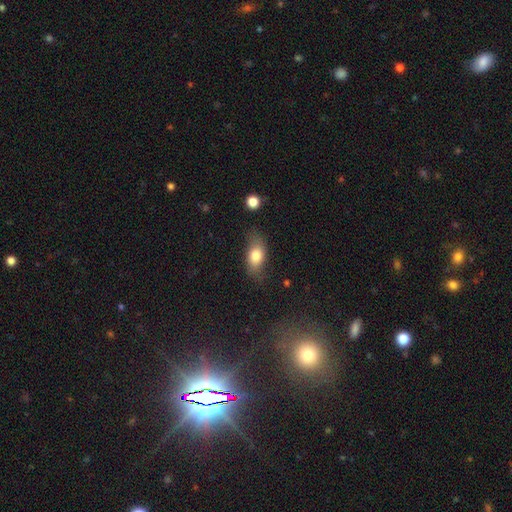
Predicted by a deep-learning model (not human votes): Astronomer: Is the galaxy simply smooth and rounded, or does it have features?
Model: smooth — 77%.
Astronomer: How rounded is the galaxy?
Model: in between — 84%.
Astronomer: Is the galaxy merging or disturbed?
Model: none — 69%.